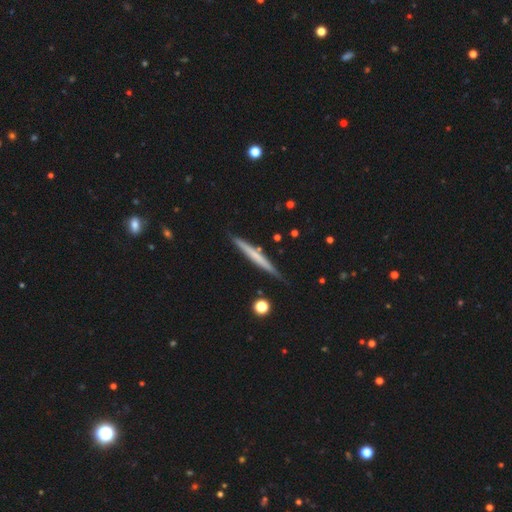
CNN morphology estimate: Smooth or featured? Predicted: featured or disk (p=0.48). Merging? Predicted: none (p=0.86).